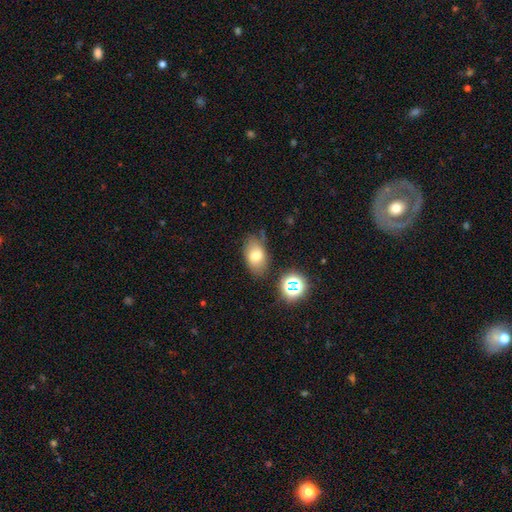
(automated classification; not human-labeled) smooth-or-featured: smooth: 72% | featured or disk: 15% | star or artifact: 12%
  how-rounded: in between: 85% | round: 14% | cigar-shaped: 2%
  merging: none: 71% | minor disturbance: 19% | major disturbance: 5% | merger: 4%